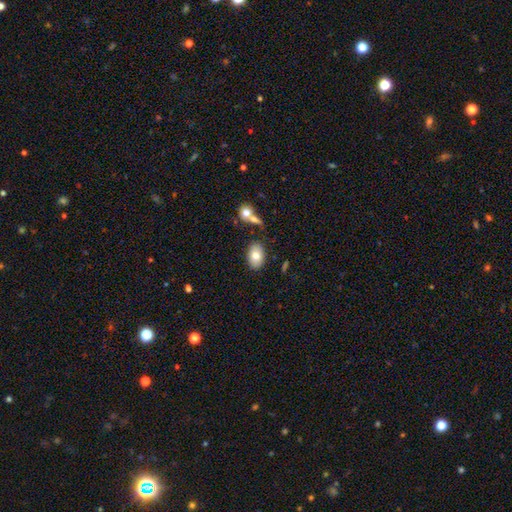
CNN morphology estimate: A smooth galaxy with no disk features (79%) that is in between round and cigar-shaped (90%).

Vote fractions:
- Smooth or featured? smooth: 79% / featured or disk: 14% / star or artifact: 8%
- How rounded? in between: 90% / round: 9% / cigar-shaped: 1%
- Merging? none: 79% / minor disturbance: 12% / merger: 6% / major disturbance: 3%